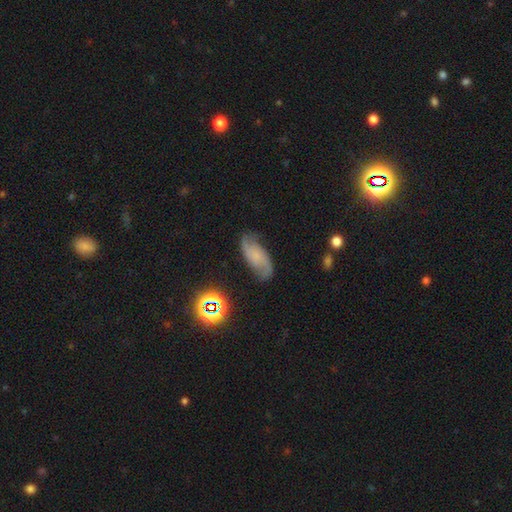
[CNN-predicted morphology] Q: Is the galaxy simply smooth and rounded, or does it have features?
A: featured or disk — 62%.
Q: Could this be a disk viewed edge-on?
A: no — 94%.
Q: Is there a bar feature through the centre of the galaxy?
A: no — 63%.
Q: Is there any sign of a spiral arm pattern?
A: yes — 93%.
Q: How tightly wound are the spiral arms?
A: loose — 47%.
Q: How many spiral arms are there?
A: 2 — 87%.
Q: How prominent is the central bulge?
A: none — 41%.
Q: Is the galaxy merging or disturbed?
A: none — 70%.